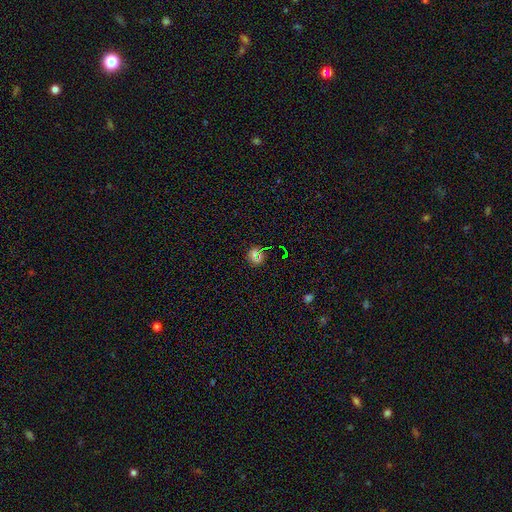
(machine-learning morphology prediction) A smooth galaxy with no disk features (62%) that is round (90%).

Vote fractions:
- Smooth or featured? smooth: 62% / star or artifact: 27% / featured or disk: 11%
- How rounded? round: 90% / in between: 9% / cigar-shaped: 1%
- Merging? none: 87% / minor disturbance: 8% / major disturbance: 3% / merger: 2%